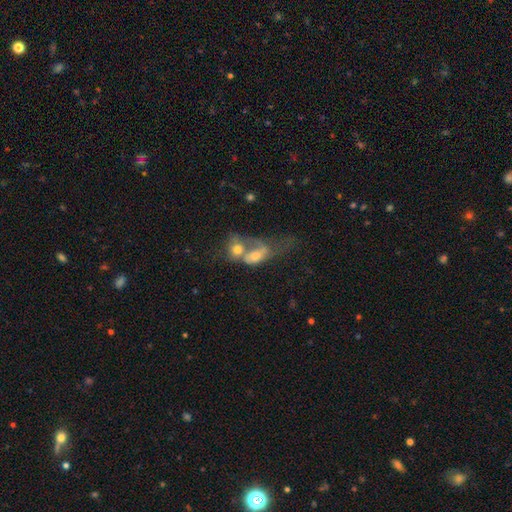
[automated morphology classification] Smooth or featured? Predicted: smooth (p=0.55). How rounded? Predicted: in between (p=0.75). Merging? Predicted: merger (p=0.75).